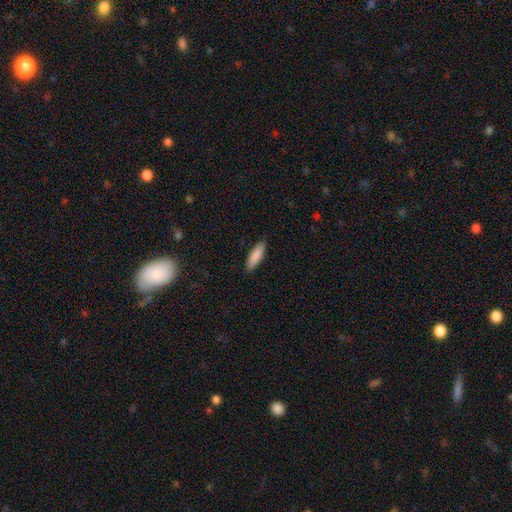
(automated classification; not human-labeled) A smooth galaxy with no disk features (88%) that is cigar-shaped (53%). Merging: none (89%).